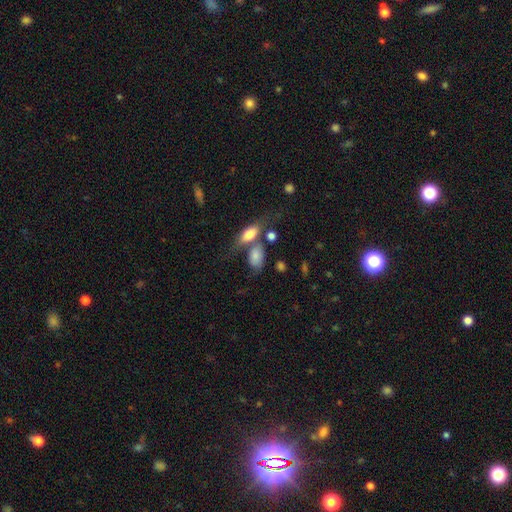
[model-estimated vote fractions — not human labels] A smooth galaxy with no disk features (77%) that is in between round and cigar-shaped (83%).

Vote fractions:
- Smooth or featured? smooth: 77% / featured or disk: 15% / star or artifact: 8%
- How rounded? in between: 83% / round: 12% / cigar-shaped: 5%
- Merging? merger: 38% / none: 36% / minor disturbance: 17% / major disturbance: 10%